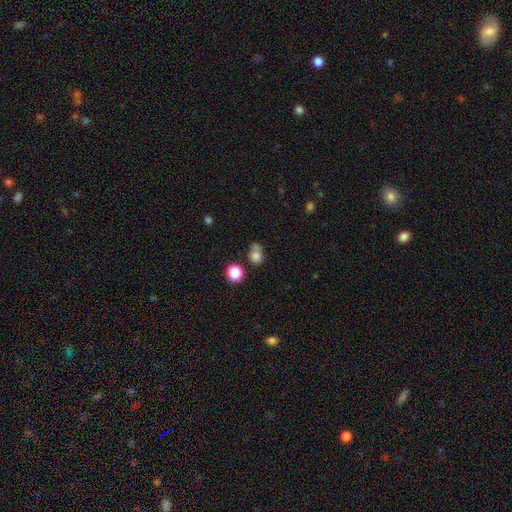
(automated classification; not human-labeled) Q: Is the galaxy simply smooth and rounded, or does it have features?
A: smooth — 74%.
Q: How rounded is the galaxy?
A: round — 63%.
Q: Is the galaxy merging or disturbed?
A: none — 43%.